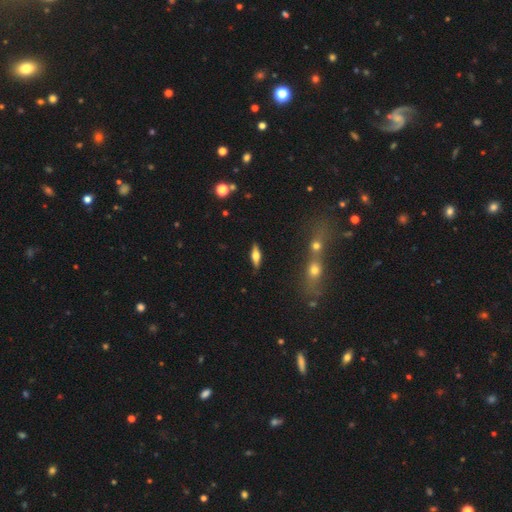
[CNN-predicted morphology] smooth_or_featured: featured or disk (p=0.48) [alt: smooth p=0.44]
merging: none (p=0.86) [alt: minor disturbance p=0.09]